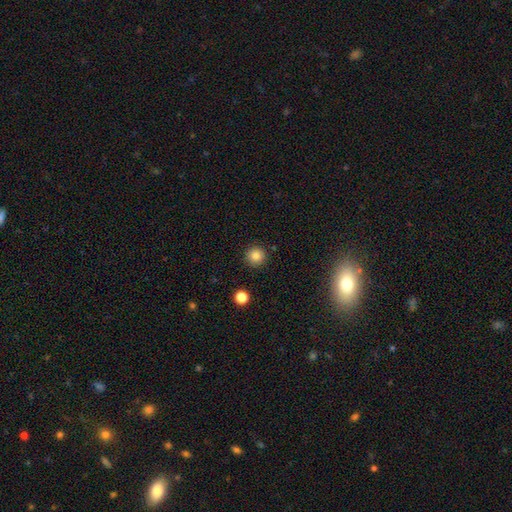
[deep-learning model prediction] Smooth or featured: smooth — 83% (star or artifact — 11%)
How rounded: round — 95% (in between — 4%)
Merging: none — 91% (minor disturbance — 5%)